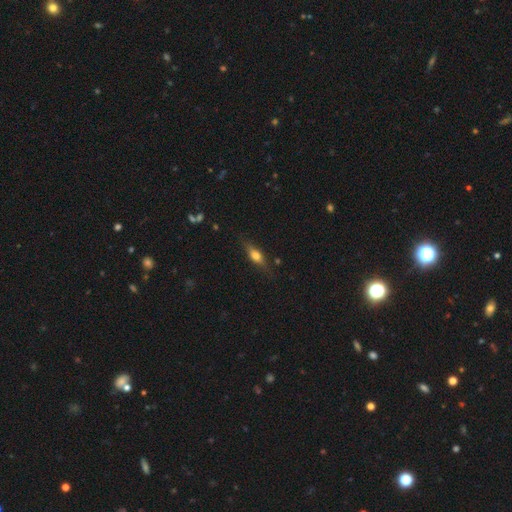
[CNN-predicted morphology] type=smooth (58%); roundness=in between (53%); merging=none (76%).